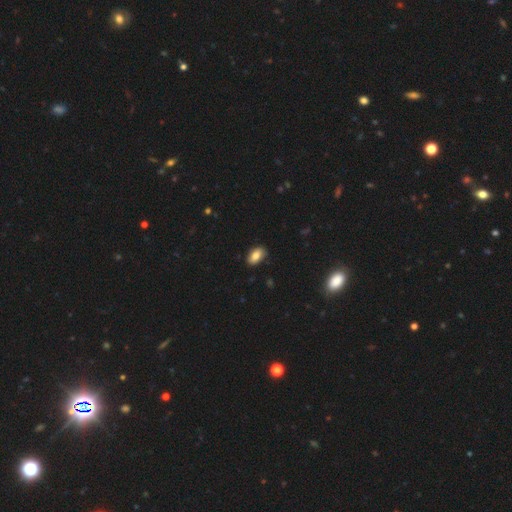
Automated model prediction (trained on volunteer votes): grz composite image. It shows a smooth galaxy with no disk features (83%) that is in between round and cigar-shaped (92%). Merging: none (85%).